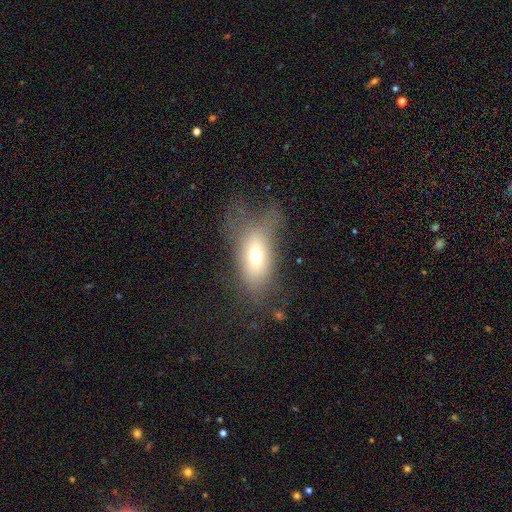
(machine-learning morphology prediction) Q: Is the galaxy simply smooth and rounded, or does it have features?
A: smooth — 63%.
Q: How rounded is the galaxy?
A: in between — 82%.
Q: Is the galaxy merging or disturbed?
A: none — 40%.